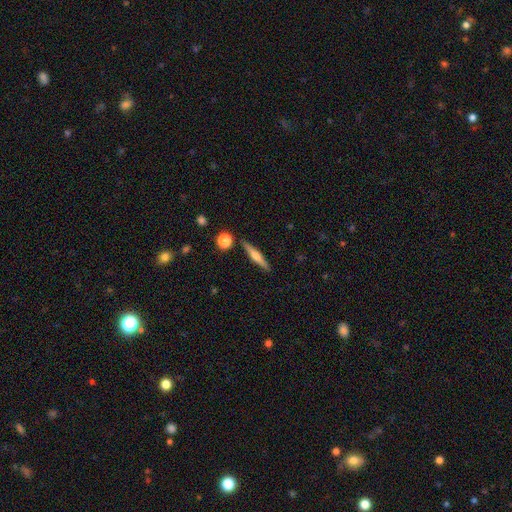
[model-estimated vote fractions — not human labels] Morphology: type=featured or disk (54%); edge-on=yes (97%); edge-on bulge=rounded (84%); merging=none (87%).